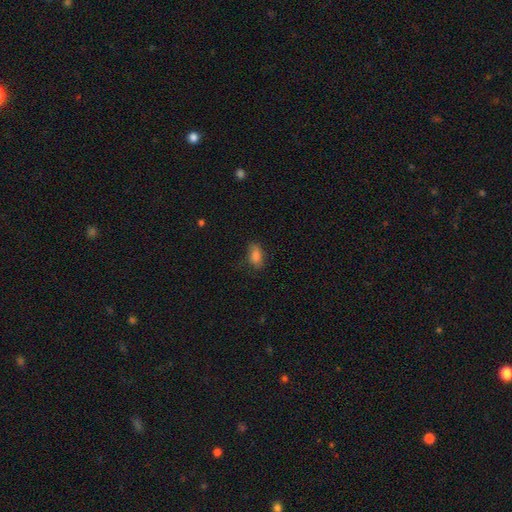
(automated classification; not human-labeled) smooth_or_featured: smooth (p=0.82) [alt: star or artifact p=0.11]
how_rounded: in between (p=0.87) [alt: round p=0.09]
merging: none (p=0.66) [alt: minor disturbance p=0.24]